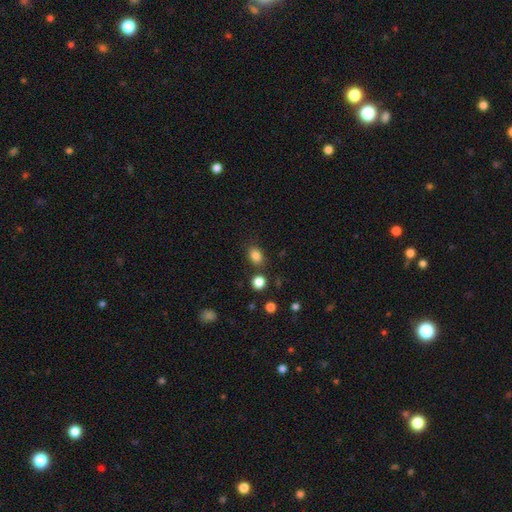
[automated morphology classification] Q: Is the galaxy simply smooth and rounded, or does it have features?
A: smooth — 84%.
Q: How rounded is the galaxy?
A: in between — 64%.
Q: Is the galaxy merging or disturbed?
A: none — 79%.